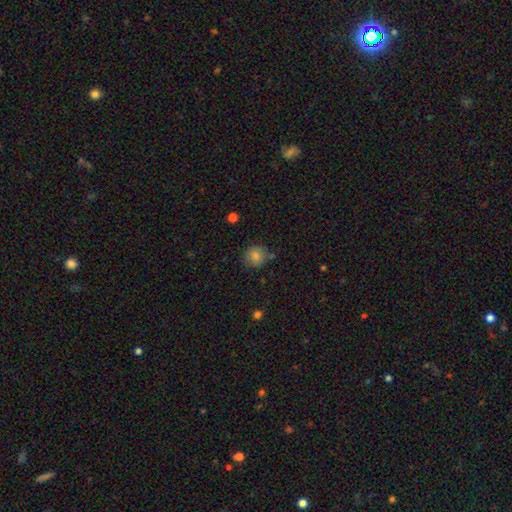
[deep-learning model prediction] Smooth or featured? Predicted: smooth (p=0.79). How rounded? Predicted: round (p=0.90). Merging? Predicted: none (p=0.82).